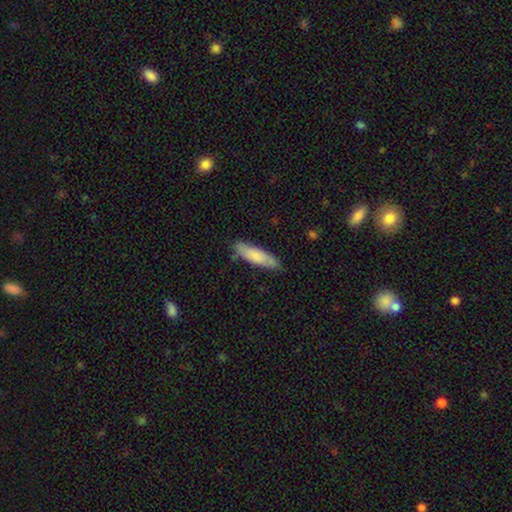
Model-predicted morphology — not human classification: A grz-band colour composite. It shows a smooth galaxy with no disk features (78%) that is cigar-shaped (64%). Merging: none (80%).